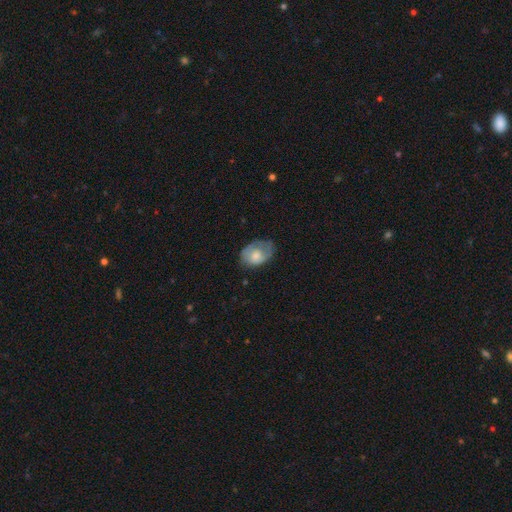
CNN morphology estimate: type=smooth (57%); roundness=in between (81%); merging=none (51%).